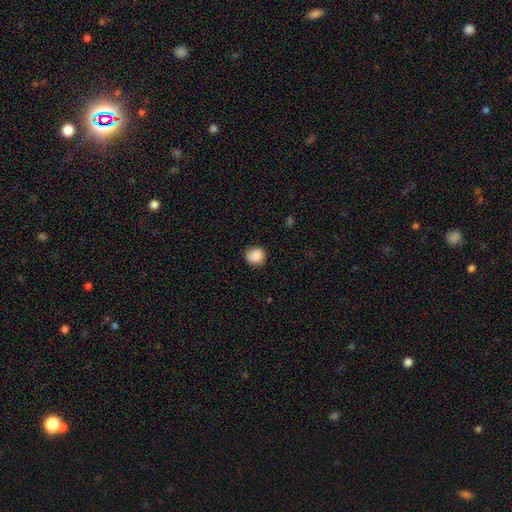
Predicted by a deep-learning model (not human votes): This is clearly a smooth galaxy (88%). How rounded: clearly round (82%). Merging: clearly none (82%).